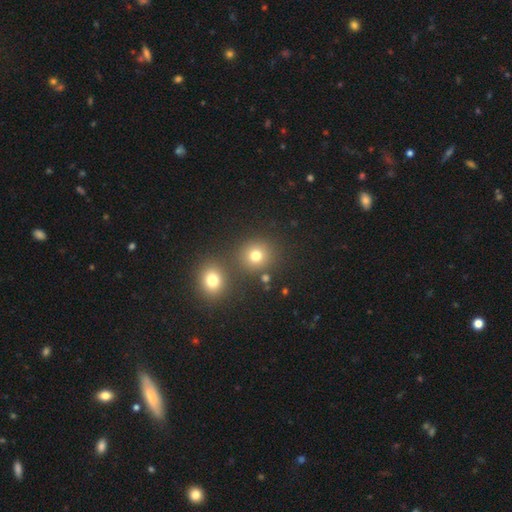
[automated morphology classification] type=smooth (75%); roundness=round (87%); merging=none (75%).